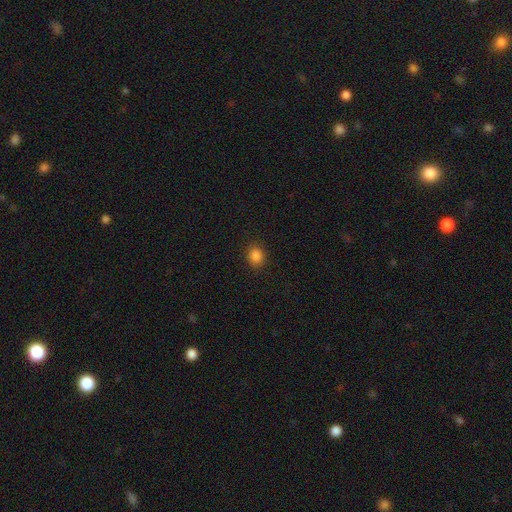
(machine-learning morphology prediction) Smooth or featured? smooth (85%)
How rounded? round (63%)
Merging? none (89%)